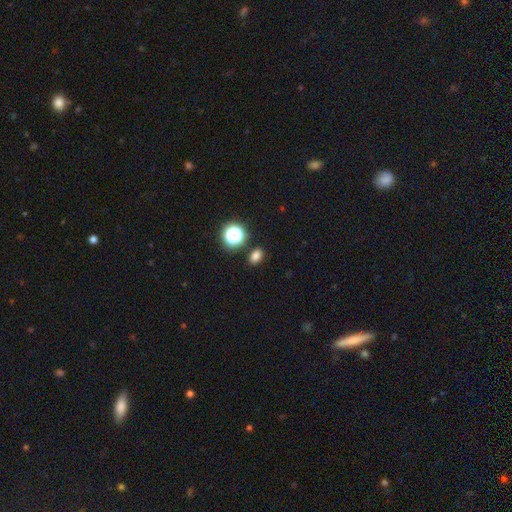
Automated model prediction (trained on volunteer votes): Overall: smooth (77%). How rounded: in between (72%). Merging: none (86%).